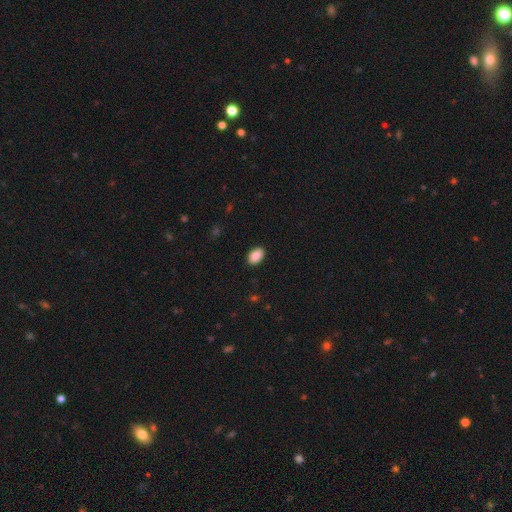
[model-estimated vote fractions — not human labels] Smooth or featured?
  - smooth: 90% *
  - star or artifact: 7%
  - featured or disk: 3%
How rounded?
  - in between: 90% *
  - round: 8%
  - cigar-shaped: 1%
Merging?
  - none: 89% *
  - minor disturbance: 8%
  - major disturbance: 2%
  - merger: 1%